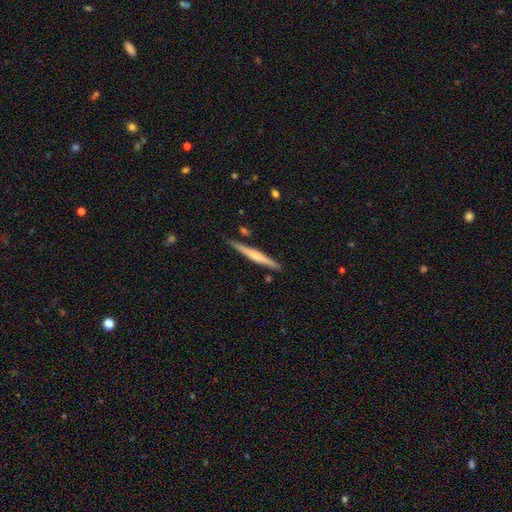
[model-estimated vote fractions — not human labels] A featured or disk galaxy (60%) viewed edge-on (98%) with a rounded central bulge (65%). Merging: none (87%).